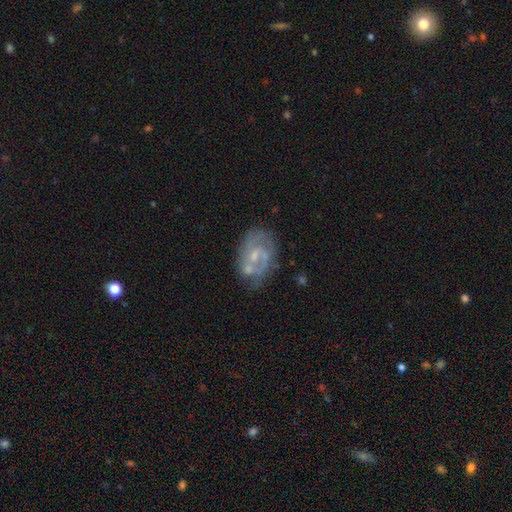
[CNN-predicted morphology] type=featured or disk (75%); edge-on=no (97%); bar=weak (46%); spiral arms=yes (76%); winding=medium (45%); arm count=2 (59%); bulge=small (48%); merging=none (56%).